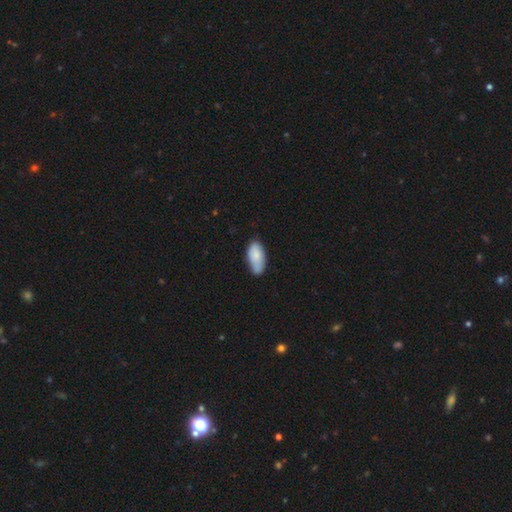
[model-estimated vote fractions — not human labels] Smooth or featured?
  - smooth: 80% *
  - featured or disk: 13%
  - star or artifact: 6%
How rounded?
  - in between: 92% *
  - cigar-shaped: 6%
  - round: 2%
Merging?
  - none: 58% *
  - minor disturbance: 32%
  - major disturbance: 5%
  - merger: 5%